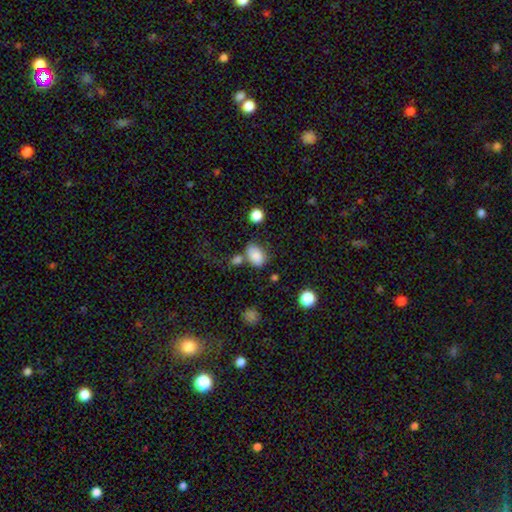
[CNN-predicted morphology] smooth_or_featured: smooth (p=0.84) [alt: star or artifact p=0.09]
how_rounded: in between (p=0.85) [alt: round p=0.14]
merging: none (p=0.54) [alt: minor disturbance p=0.20]